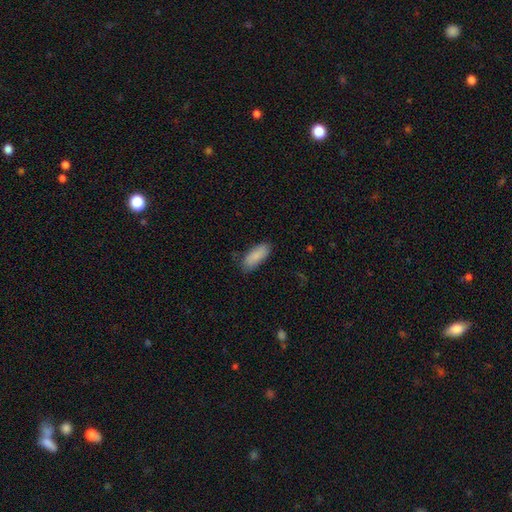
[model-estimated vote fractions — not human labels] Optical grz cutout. It shows a smooth galaxy with no disk features (87%) that is in between round and cigar-shaped (79%). Merging: none (79%).